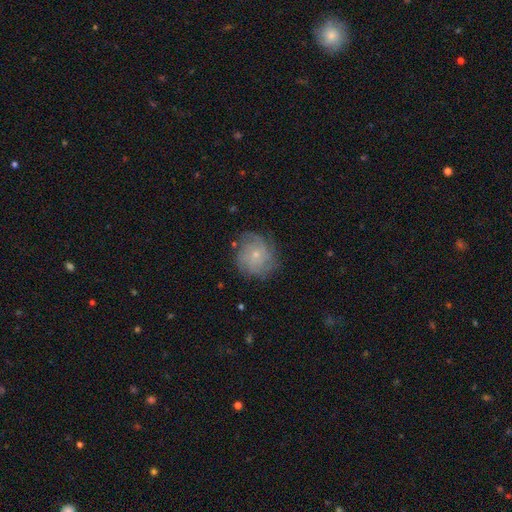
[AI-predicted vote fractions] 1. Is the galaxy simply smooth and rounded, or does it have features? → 61% featured or disk, 30% smooth, 10% star or artifact.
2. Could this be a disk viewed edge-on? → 97% no, 3% yes.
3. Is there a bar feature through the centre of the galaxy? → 84% no, 14% weak, 2% strong.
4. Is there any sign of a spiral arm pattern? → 86% yes, 14% no.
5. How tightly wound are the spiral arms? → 58% tight, 29% medium, 12% loose.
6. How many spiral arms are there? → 43% can't tell, 17% 4, 13% 3, 10% more than 4, 10% 2, 7% 1.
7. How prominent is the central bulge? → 79% small, 17% moderate, 3% none, 1% large, 1% dominant.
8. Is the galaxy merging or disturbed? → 75% none, 17% minor disturbance, 7% major disturbance, 1% merger.